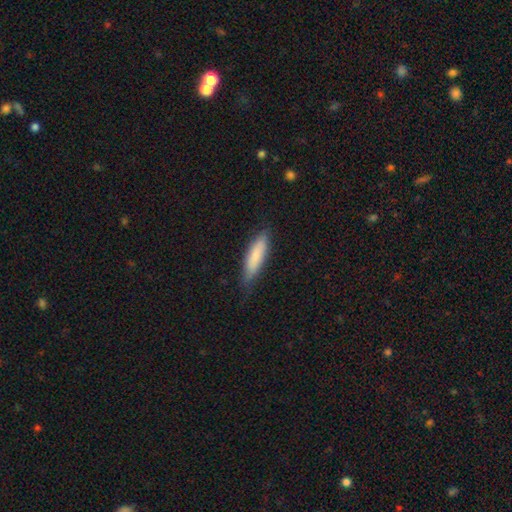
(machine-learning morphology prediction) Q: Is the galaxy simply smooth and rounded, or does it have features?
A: smooth — 80%.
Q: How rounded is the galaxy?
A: cigar-shaped — 68%.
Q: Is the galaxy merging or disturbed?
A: none — 75%.